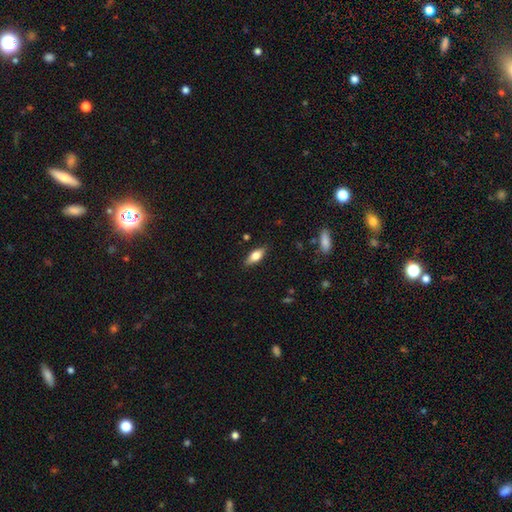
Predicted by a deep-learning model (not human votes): A smooth galaxy with no disk features (65%) that is in between round and cigar-shaped (72%).

Vote fractions:
- Smooth or featured? smooth: 65% / featured or disk: 28% / star or artifact: 7%
- How rounded? in between: 72% / cigar-shaped: 25% / round: 3%
- Merging? none: 85% / minor disturbance: 11% / major disturbance: 2% / merger: 1%